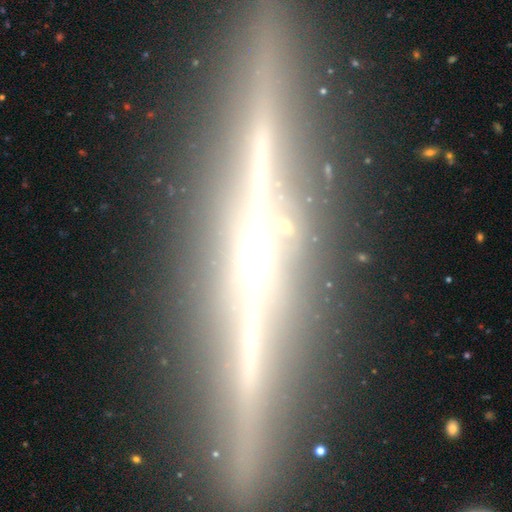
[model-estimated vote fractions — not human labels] Smooth or featured?
  - featured or disk: 80% *
  - star or artifact: 10%
  - smooth: 10%
Edge-on disk?
  - yes: 96% *
  - no: 4%
Edge-on bulge?
  - rounded: 50% *
  - none: 40%
  - boxy: 10%
Merging?
  - none: 84% *
  - minor disturbance: 10%
  - merger: 3%
  - major disturbance: 3%